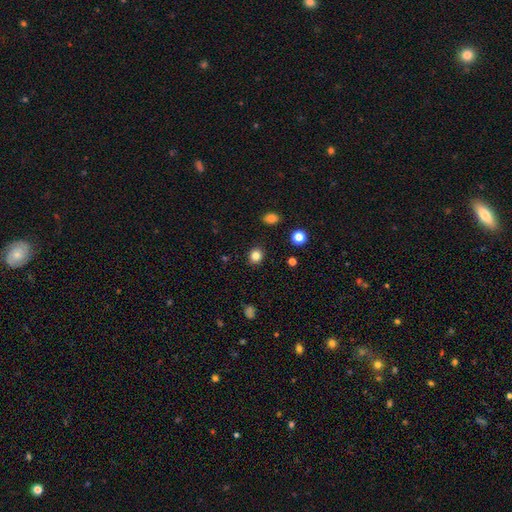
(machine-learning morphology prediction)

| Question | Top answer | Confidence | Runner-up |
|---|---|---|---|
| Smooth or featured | smooth | 84% | star or artifact (12%) |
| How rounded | round | 82% | in between (17%) |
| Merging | none | 90% | minor disturbance (6%) |